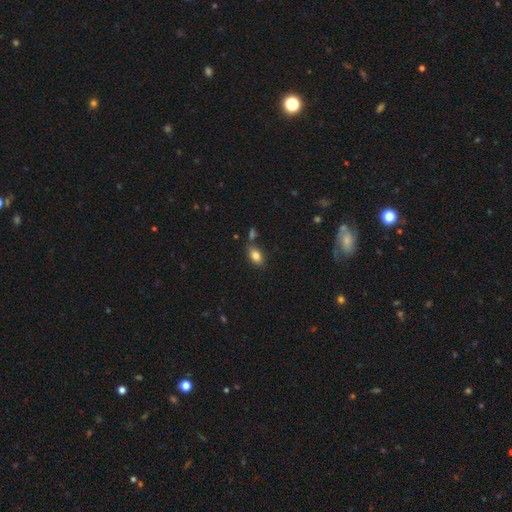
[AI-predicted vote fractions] A smooth galaxy with no disk features (82%) that is in between round and cigar-shaped (90%).

Vote fractions:
- Smooth or featured? smooth: 82% / featured or disk: 9% / star or artifact: 9%
- How rounded? in between: 90% / round: 7% / cigar-shaped: 3%
- Merging? none: 73% / minor disturbance: 14% / merger: 10% / major disturbance: 3%